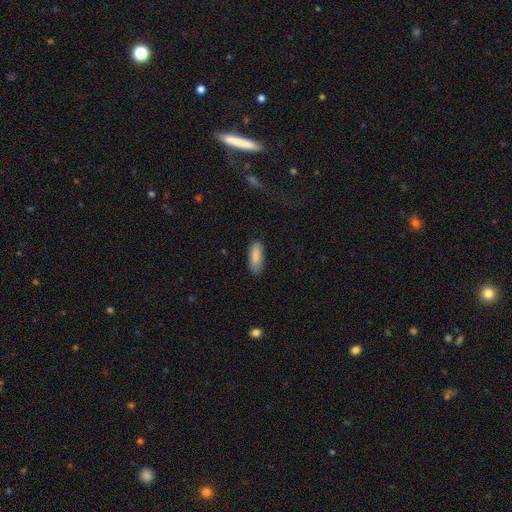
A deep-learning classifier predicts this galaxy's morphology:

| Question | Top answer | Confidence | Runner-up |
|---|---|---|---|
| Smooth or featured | smooth | 87% | featured or disk (7%) |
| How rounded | in between | 69% | cigar-shaped (29%) |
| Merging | none | 80% | minor disturbance (16%) |